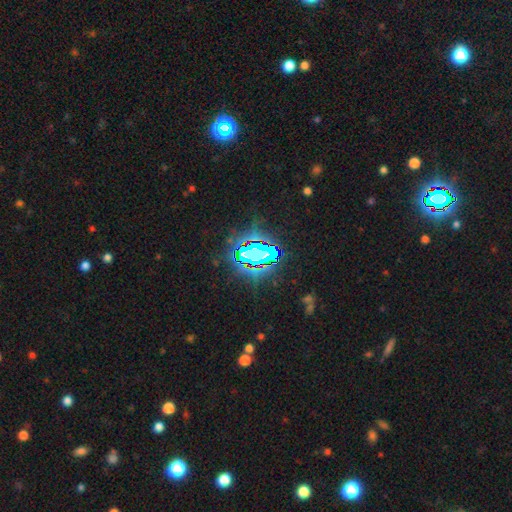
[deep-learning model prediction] A star or artifact, not a galaxy (80%).